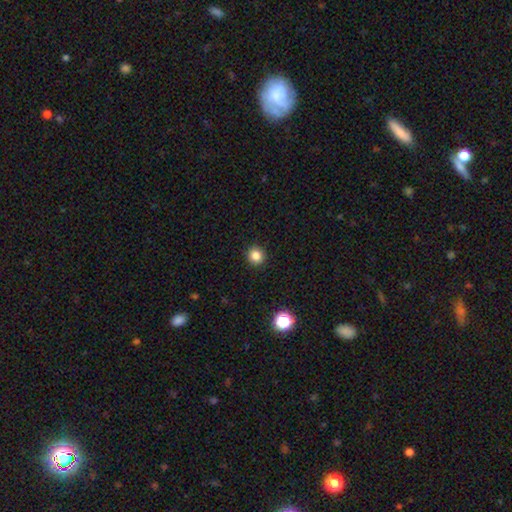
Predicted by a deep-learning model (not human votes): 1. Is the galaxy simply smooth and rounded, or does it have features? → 83% smooth, 13% star or artifact, 4% featured or disk.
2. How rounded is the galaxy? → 92% round, 7% in between, 1% cigar-shaped.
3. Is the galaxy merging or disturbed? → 93% none, 5% minor disturbance, 2% major disturbance, 1% merger.